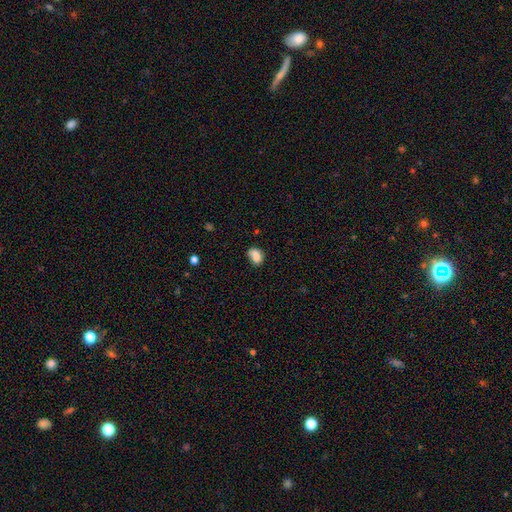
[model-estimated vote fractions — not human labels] Smooth or featured?
  - smooth: 80% *
  - star or artifact: 10%
  - featured or disk: 10%
How rounded?
  - in between: 70% *
  - round: 28%
  - cigar-shaped: 2%
Merging?
  - none: 57% *
  - minor disturbance: 27%
  - major disturbance: 9%
  - merger: 7%